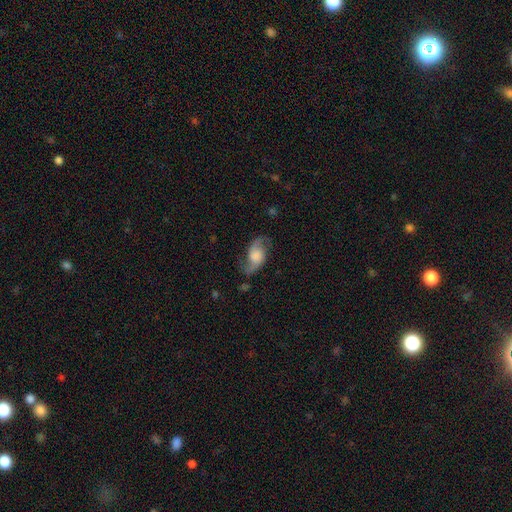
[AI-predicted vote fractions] The model was most divided on "bulge size": large: 36%, none: 27%, moderate: 15%, dominant: 12%, small: 11%. More confident: edge-on disk — no (95%); spiral arms — yes (94%); spiral arm count — 2 (92%); smooth or featured — featured or disk (74%); merging — none (70%); spiral winding — loose (64%); bar — no (64%).